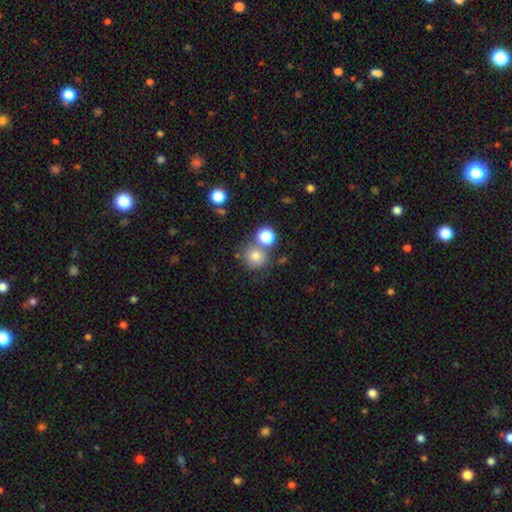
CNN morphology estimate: smooth_or_featured: smooth (p=0.76) [alt: star or artifact p=0.15]
how_rounded: round (p=0.91) [alt: in between p=0.08]
merging: none (p=0.67) [alt: merger p=0.20]